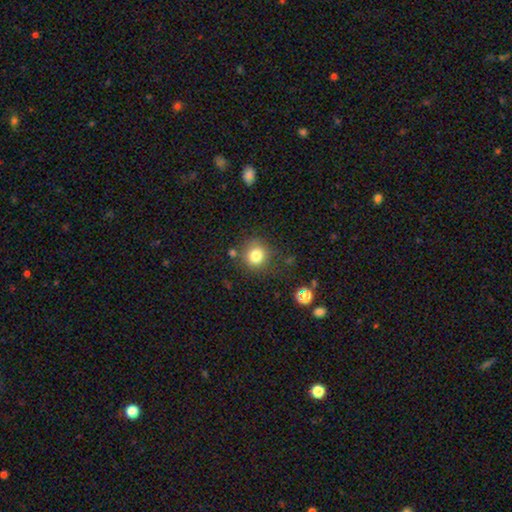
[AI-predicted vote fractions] smooth_or_featured: smooth (p=0.81) [alt: star or artifact p=0.12]
how_rounded: round (p=0.90) [alt: in between p=0.09]
merging: none (p=0.78) [alt: minor disturbance p=0.12]